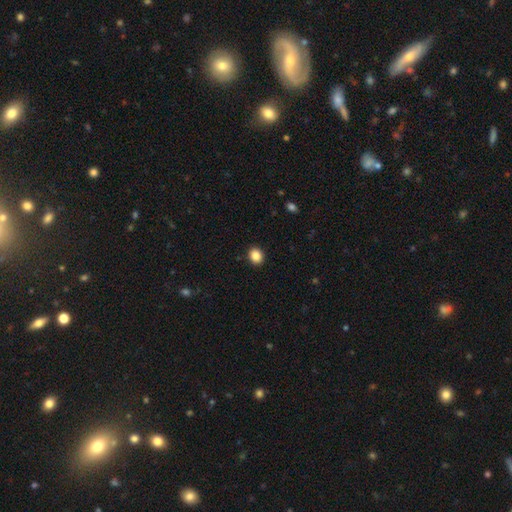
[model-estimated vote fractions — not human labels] A smooth galaxy with no disk features (87%) that is round (66%).

Vote fractions:
- Smooth or featured? smooth: 87% / star or artifact: 9% / featured or disk: 4%
- How rounded? round: 66% / in between: 33% / cigar-shaped: 1%
- Merging? none: 91% / minor disturbance: 6% / major disturbance: 2% / merger: 1%